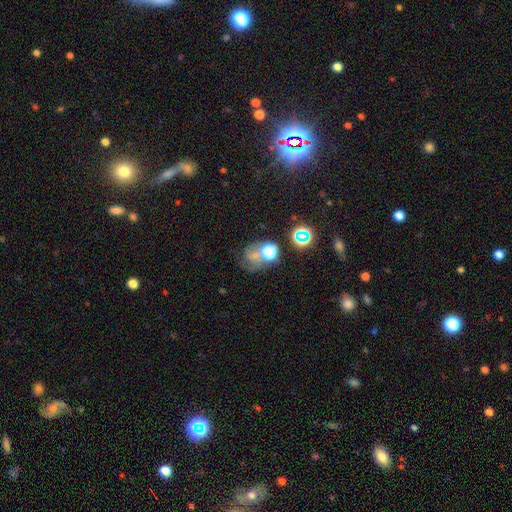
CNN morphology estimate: Smooth or featured?
  - smooth: 39% *
  - featured or disk: 34%
  - star or artifact: 27%
Merging?
  - none: 37% *
  - major disturbance: 24%
  - merger: 21%
  - minor disturbance: 18%